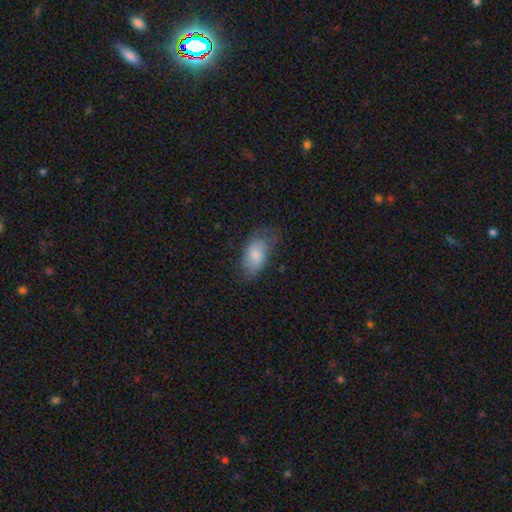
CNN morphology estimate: Smooth or featured? Predicted: smooth (p=0.81). How rounded? Predicted: in between (p=0.92). Merging? Predicted: none (p=0.60).